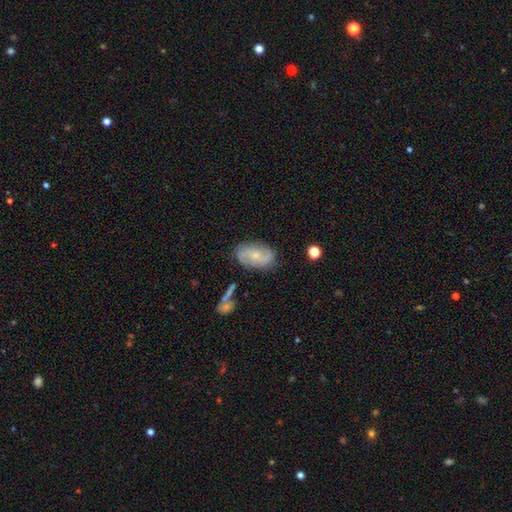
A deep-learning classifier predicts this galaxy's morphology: This appears to be a featured or disk galaxy (59%) with no bar (67%), spiral arms (82%) and a small central bulge (69%). Merging: none (75%).